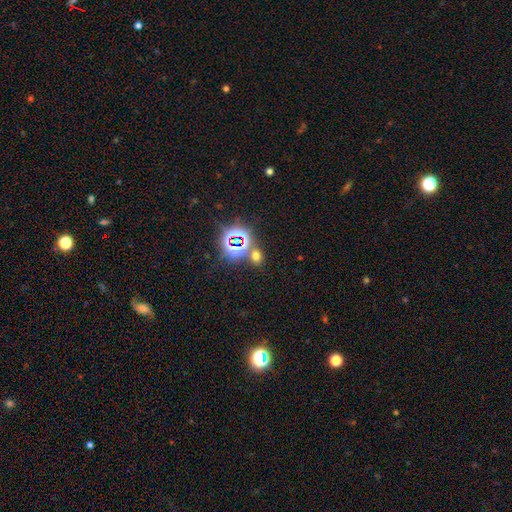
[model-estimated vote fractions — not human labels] Smooth or featured? Predicted: smooth (p=0.51). How rounded? Predicted: round (p=0.50). Merging? Predicted: none (p=0.73).